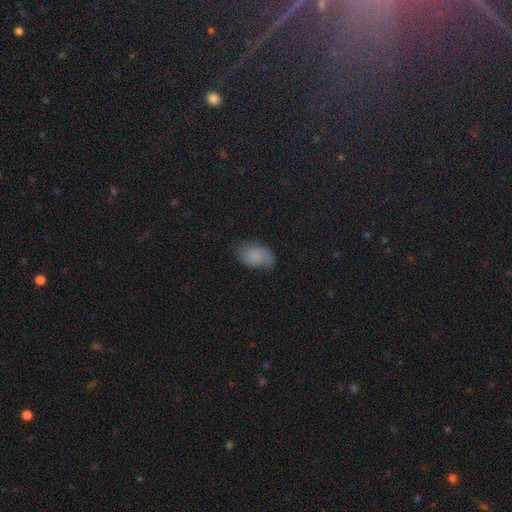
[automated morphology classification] Q: Smooth or featured?
A: smooth (75%); runner-up: featured or disk (14%)
Q: How rounded?
A: in between (92%); runner-up: round (7%)
Q: Merging?
A: none (62%); runner-up: minor disturbance (28%)